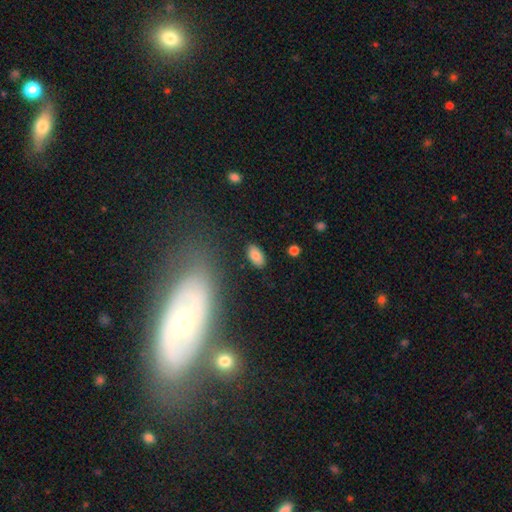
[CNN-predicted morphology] A smooth galaxy with no disk features (84%) that is in between round and cigar-shaped (94%). Merging: none (86%).